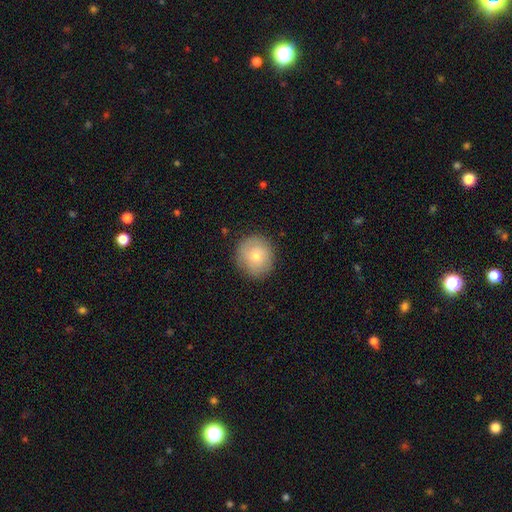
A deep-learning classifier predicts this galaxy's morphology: Overall: smooth (73%). How rounded: round (90%). Merging: none (86%).